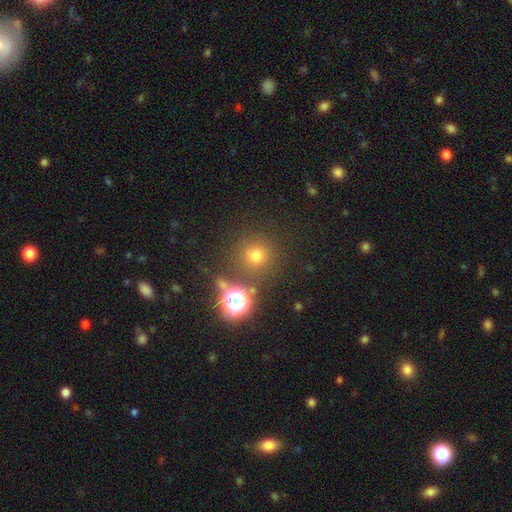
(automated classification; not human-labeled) A smooth galaxy with no disk features (69%) that is round (94%).

Vote fractions:
- Smooth or featured? smooth: 69% / star or artifact: 24% / featured or disk: 8%
- How rounded? round: 94% / in between: 5% / cigar-shaped: 1%
- Merging? none: 82% / minor disturbance: 8% / merger: 6% / major disturbance: 4%